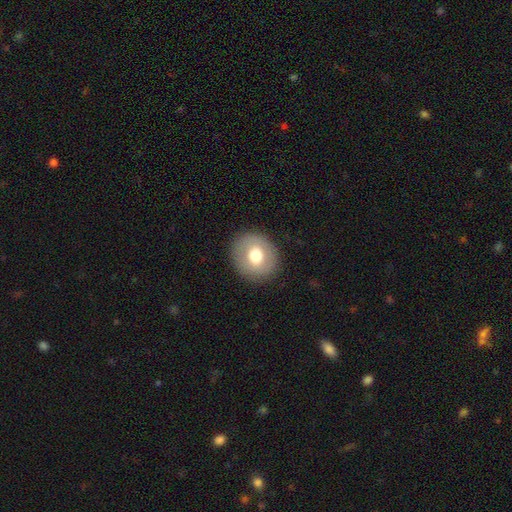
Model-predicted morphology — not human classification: Q: Smooth or featured?
A: smooth (67%); runner-up: featured or disk (25%)
Q: How rounded?
A: round (76%); runner-up: in between (23%)
Q: Merging?
A: none (88%); runner-up: minor disturbance (8%)